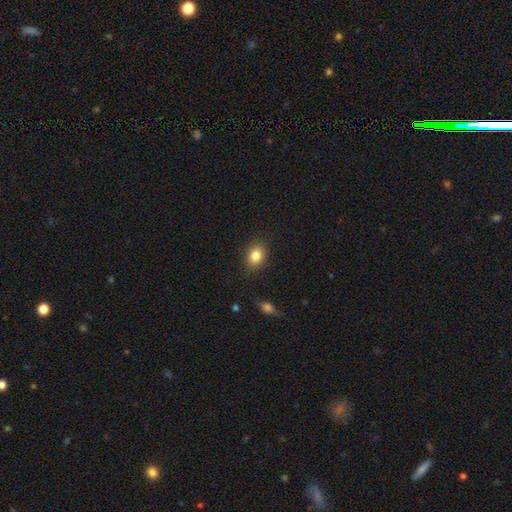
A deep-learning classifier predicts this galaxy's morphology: The model was most divided on "how rounded": in between: 67%, round: 32%, cigar-shaped: 1%. More confident: merging — none (86%); smooth or featured — smooth (84%).